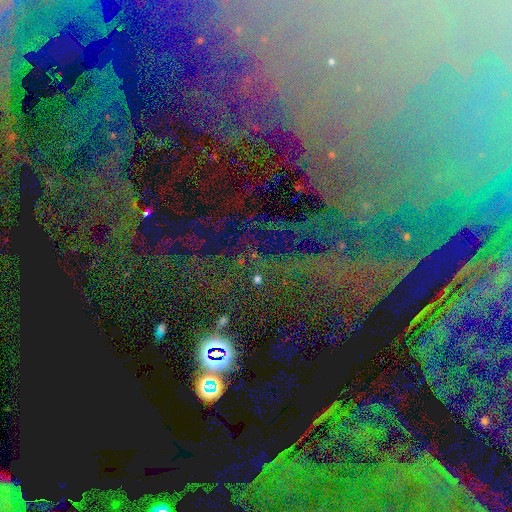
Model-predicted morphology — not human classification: Smooth or featured? Predicted: star or artifact (p=0.78).